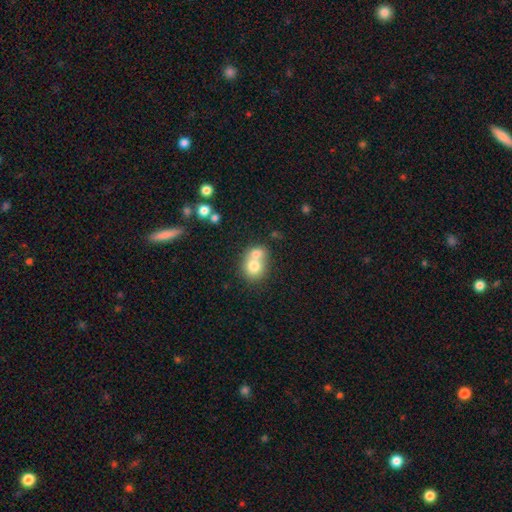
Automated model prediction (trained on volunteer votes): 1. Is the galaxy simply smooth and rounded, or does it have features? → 71% smooth, 19% featured or disk, 10% star or artifact.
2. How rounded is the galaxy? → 73% round, 26% in between, 1% cigar-shaped.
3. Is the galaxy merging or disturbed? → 65% merger, 27% none, 6% minor disturbance, 3% major disturbance.